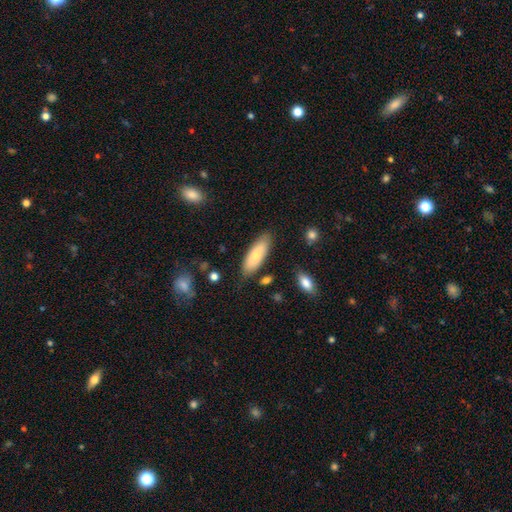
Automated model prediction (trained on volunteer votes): smooth_or_featured: smooth (p=0.75) [alt: featured or disk p=0.19]
how_rounded: in between (p=0.67) [alt: cigar-shaped p=0.31]
merging: none (p=0.79) [alt: minor disturbance p=0.15]